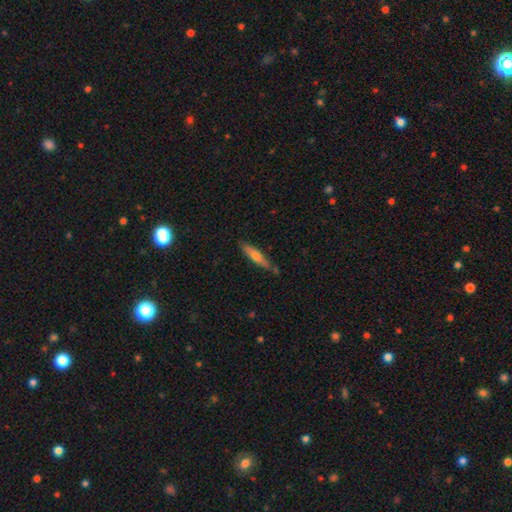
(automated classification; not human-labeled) The model was most divided on "smooth or featured": smooth: 54%, featured or disk: 39%, star or artifact: 7%. More confident: how rounded — cigar-shaped (85%); merging — none (80%).